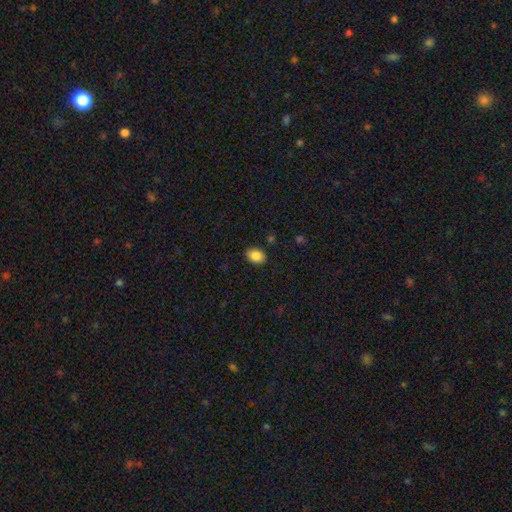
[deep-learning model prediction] The model was most divided on "how rounded": in between: 72%, round: 27%, cigar-shaped: 1%. More confident: merging — none (87%); smooth or featured — smooth (87%).